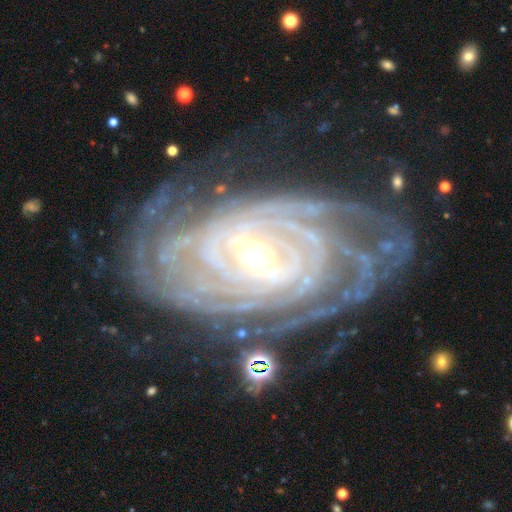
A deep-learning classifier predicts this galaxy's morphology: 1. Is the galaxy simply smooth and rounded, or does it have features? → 93% featured or disk, 4% star or artifact, 3% smooth.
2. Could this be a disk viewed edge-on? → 96% no, 4% yes.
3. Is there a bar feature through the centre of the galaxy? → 42% strong, 41% weak, 17% no.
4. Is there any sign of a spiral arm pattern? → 98% yes, 2% no.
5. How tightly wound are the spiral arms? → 82% tight, 15% medium, 3% loose.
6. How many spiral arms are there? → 25% 4, 21% can't tell, 19% more than 4, 16% 3, 12% 2, 7% 1.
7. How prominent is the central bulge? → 56% moderate, 38% small, 4% large, 1% none, 1% dominant.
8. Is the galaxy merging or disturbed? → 68% none, 19% minor disturbance, 10% major disturbance, 3% merger.